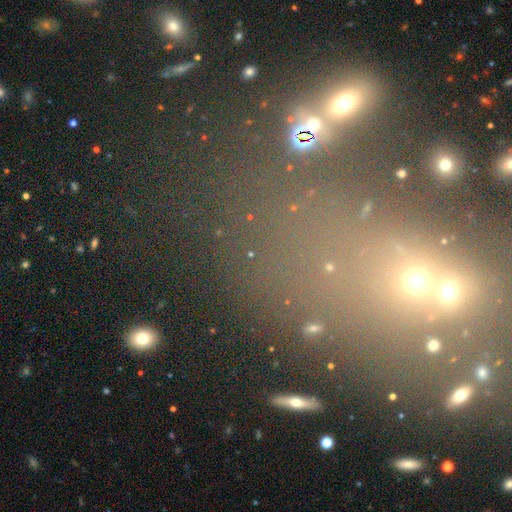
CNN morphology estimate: This appears to be a star or artifact, not a galaxy (53%).